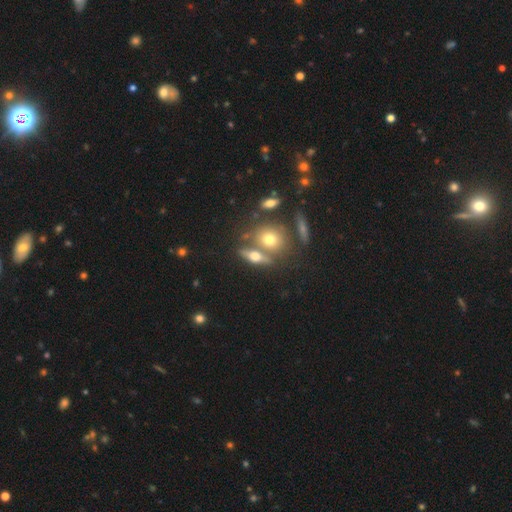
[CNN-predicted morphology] Overall: smooth (45%; featured or disk 41%). Merging: none (58%; merger 27%).